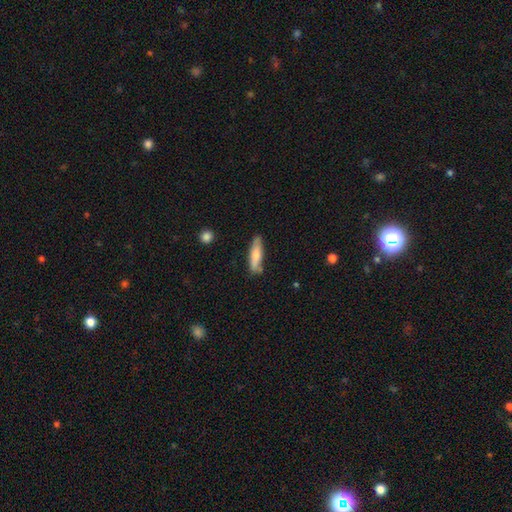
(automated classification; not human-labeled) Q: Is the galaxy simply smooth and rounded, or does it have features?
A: smooth — 74%.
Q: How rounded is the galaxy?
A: cigar-shaped — 69%.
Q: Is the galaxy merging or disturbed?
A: none — 76%.